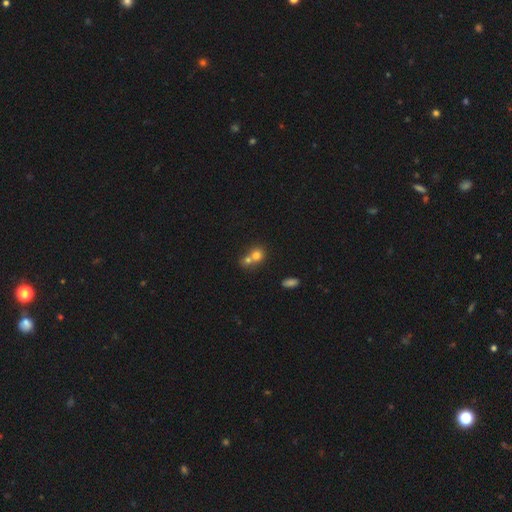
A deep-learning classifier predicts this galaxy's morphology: Smooth or featured?
  - smooth: 74% *
  - featured or disk: 13%
  - star or artifact: 13%
How rounded?
  - round: 76% *
  - in between: 23%
  - cigar-shaped: 1%
Merging?
  - merger: 60% *
  - none: 32%
  - minor disturbance: 6%
  - major disturbance: 2%